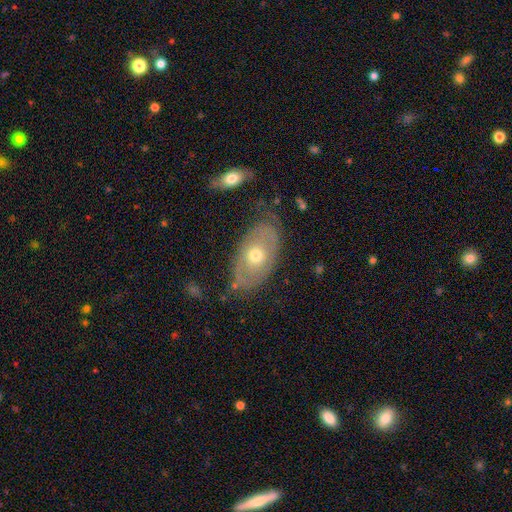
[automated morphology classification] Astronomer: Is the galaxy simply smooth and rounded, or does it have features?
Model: featured or disk — 58% (runner-up: smooth, 36%).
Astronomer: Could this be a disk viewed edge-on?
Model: no — 89%.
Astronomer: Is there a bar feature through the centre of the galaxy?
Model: no — 86%.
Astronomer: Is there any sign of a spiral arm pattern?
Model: no — 59% (runner-up: yes, 41%).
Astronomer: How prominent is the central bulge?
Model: moderate — 61%.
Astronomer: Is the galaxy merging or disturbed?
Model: none — 72%.